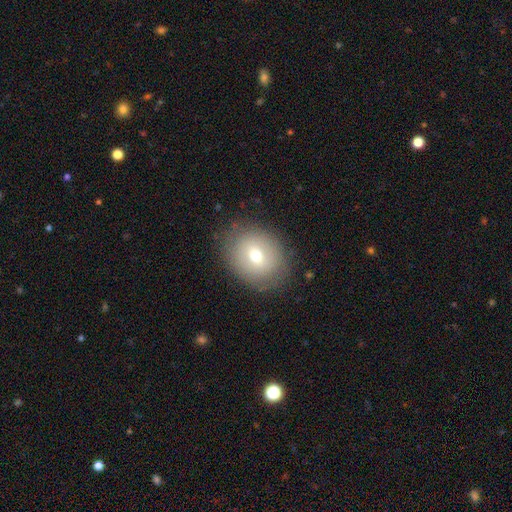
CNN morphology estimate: Smooth or featured: smooth — 66% (featured or disk — 24%)
How rounded: round — 59% (in between — 40%)
Merging: none — 83% (minor disturbance — 11%)